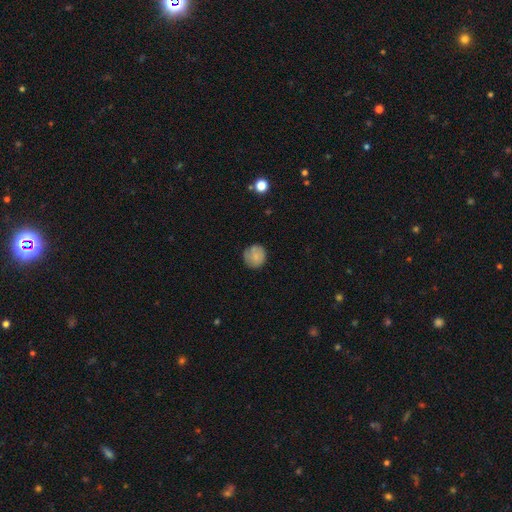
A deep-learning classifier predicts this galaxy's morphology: Q: Smooth or featured?
A: smooth (80%); runner-up: featured or disk (12%)
Q: How rounded?
A: round (90%); runner-up: in between (9%)
Q: Merging?
A: none (77%); runner-up: minor disturbance (17%)